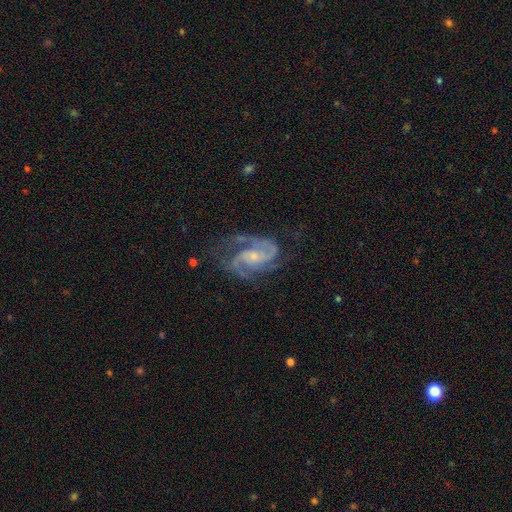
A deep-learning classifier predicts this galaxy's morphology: Smooth or featured?
  - featured or disk: 91% *
  - star or artifact: 5%
  - smooth: 4%
Edge-on disk?
  - no: 98% *
  - yes: 2%
Bar?
  - no: 55% *
  - weak: 35%
  - strong: 11%
Spiral arms?
  - yes: 98% *
  - no: 2%
Spiral winding?
  - medium: 57% *
  - tight: 31%
  - loose: 12%
Spiral arm count?
  - 2: 69% *
  - 3: 18%
  - can't tell: 5%
  - 4: 3%
  - 1: 3%
  - more than 4: 2%
Bulge size?
  - small: 70% *
  - moderate: 24%
  - none: 4%
  - large: 1%
  - dominant: 1%
Merging?
  - none: 65% *
  - minor disturbance: 20%
  - major disturbance: 13%
  - merger: 2%